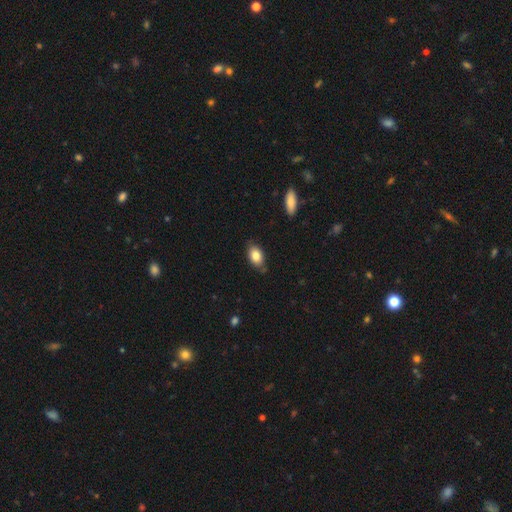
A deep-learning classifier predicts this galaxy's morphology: The model was most divided on "merging": none: 78%, minor disturbance: 17%, major disturbance: 3%, merger: 2%. More confident: how rounded — in between (88%); smooth or featured — smooth (83%).